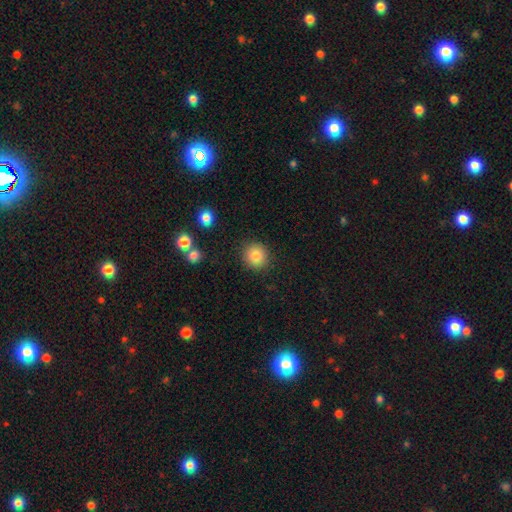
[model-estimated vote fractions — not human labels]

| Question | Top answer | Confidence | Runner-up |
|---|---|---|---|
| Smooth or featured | smooth | 83% | star or artifact (10%) |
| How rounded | round | 90% | in between (9%) |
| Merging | none | 90% | minor disturbance (6%) |